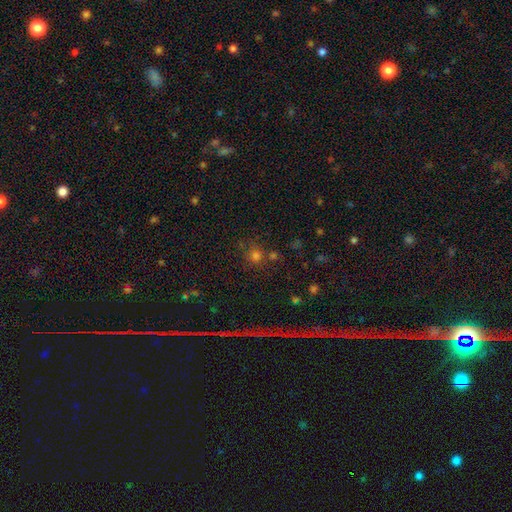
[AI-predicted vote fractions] Smooth or featured: smooth — 64% (star or artifact — 28%)
How rounded: round — 90% (in between — 9%)
Merging: none — 71% (merger — 14%)